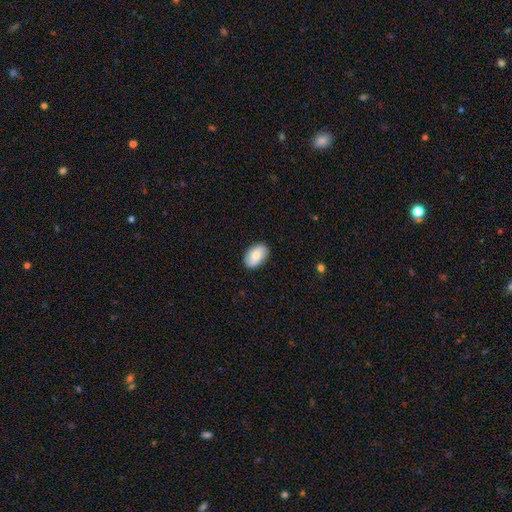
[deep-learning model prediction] A smooth galaxy with no disk features (77%) that is in between round and cigar-shaped (92%). Merging: none (86%).